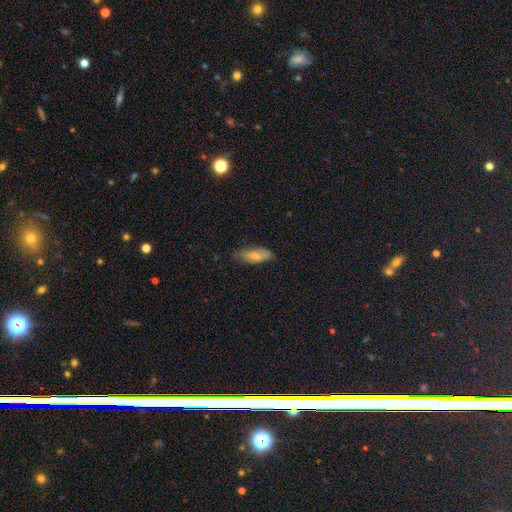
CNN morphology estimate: This is likely a smooth galaxy (74%). How rounded: likely in between (74%). Merging: likely none (62%).